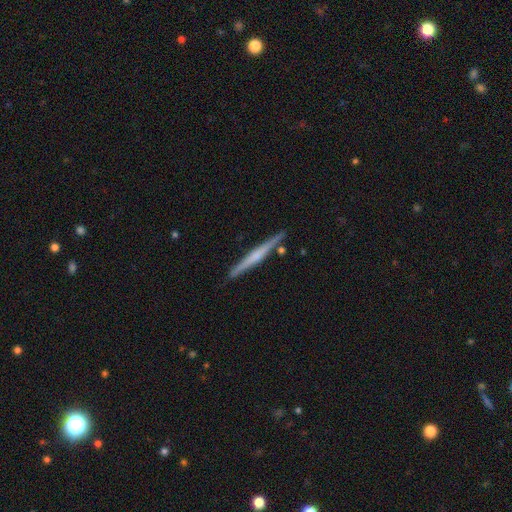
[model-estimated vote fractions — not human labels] Smooth or featured?
  - featured or disk: 66% *
  - smooth: 29%
  - star or artifact: 5%
Edge-on disk?
  - yes: 98% *
  - no: 2%
Edge-on bulge?
  - rounded: 51% *
  - none: 36%
  - boxy: 14%
Merging?
  - none: 89% *
  - minor disturbance: 7%
  - merger: 2%
  - major disturbance: 1%